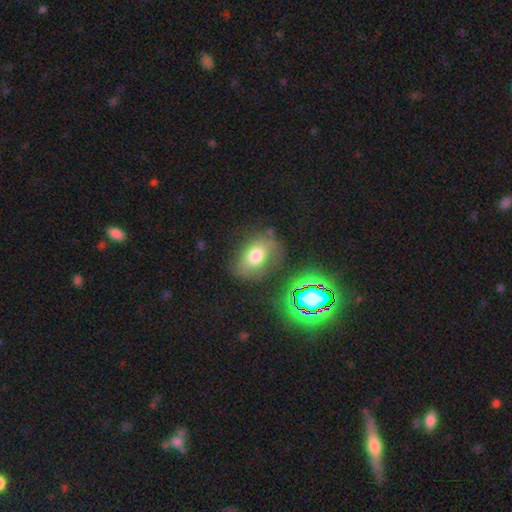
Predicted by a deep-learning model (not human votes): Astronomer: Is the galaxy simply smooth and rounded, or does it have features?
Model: smooth — 60%.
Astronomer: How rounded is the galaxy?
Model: in between — 80%.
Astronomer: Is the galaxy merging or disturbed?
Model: none — 62%.